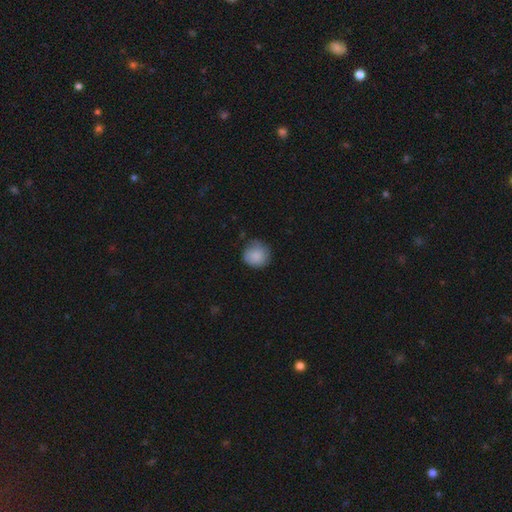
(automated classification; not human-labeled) Smooth or featured?
  - smooth: 84% *
  - featured or disk: 9%
  - star or artifact: 7%
How rounded?
  - round: 92% *
  - in between: 7%
  - cigar-shaped: 1%
Merging?
  - none: 71% *
  - minor disturbance: 23%
  - major disturbance: 5%
  - merger: 1%